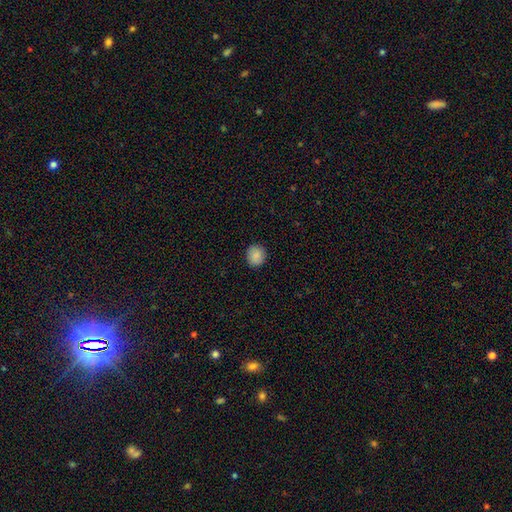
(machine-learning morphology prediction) smooth 88%, star or artifact 9%, featured or disk 4%. Down the decision tree: how rounded — round (83%); merging — none (90%).